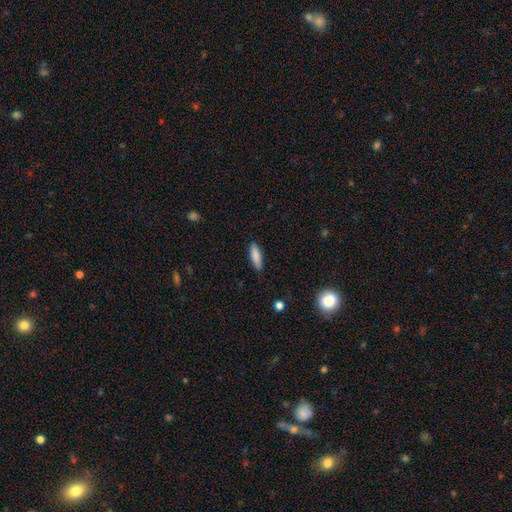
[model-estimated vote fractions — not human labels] A smooth galaxy with no disk features (86%) that is cigar-shaped (53%). Merging: none (88%).